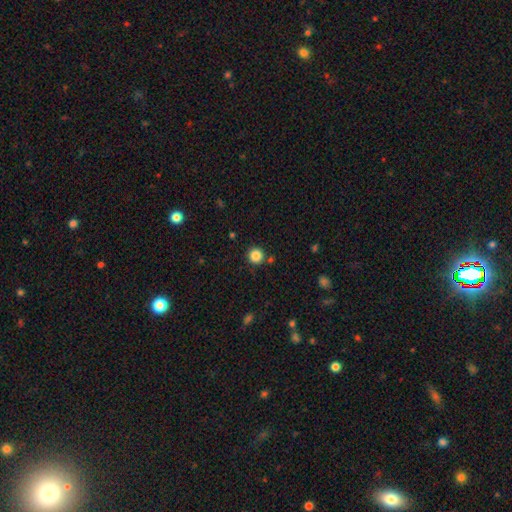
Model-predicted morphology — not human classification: smooth-or-featured: smooth: 85% | star or artifact: 11% | featured or disk: 4%
  how-rounded: round: 95% | in between: 4% | cigar-shaped: 1%
  merging: none: 88% | minor disturbance: 6% | merger: 4% | major disturbance: 2%